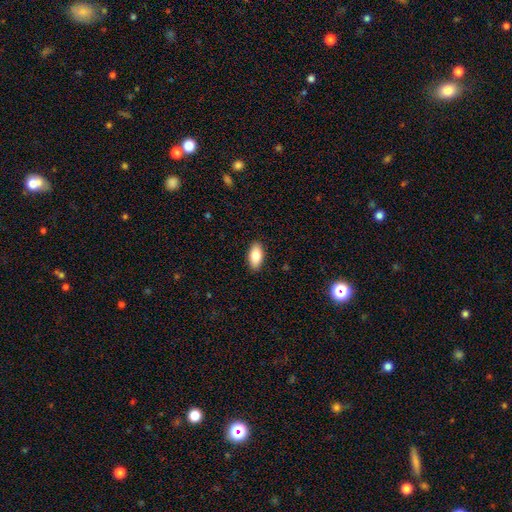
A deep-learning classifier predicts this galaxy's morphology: type=smooth (82%); roundness=in between (90%); merging=none (89%).